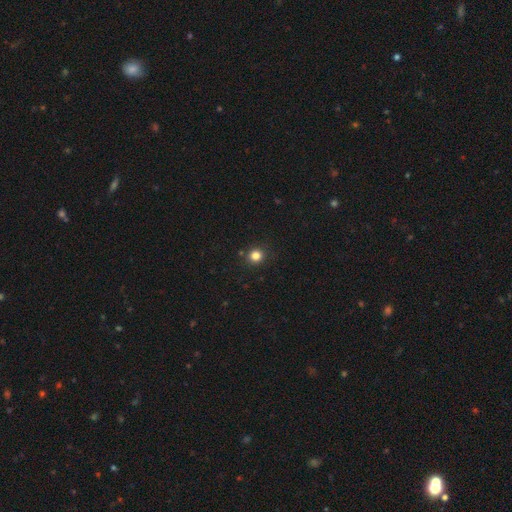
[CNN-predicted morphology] Overall: smooth (81%). How rounded: round (92%). Merging: none (89%).